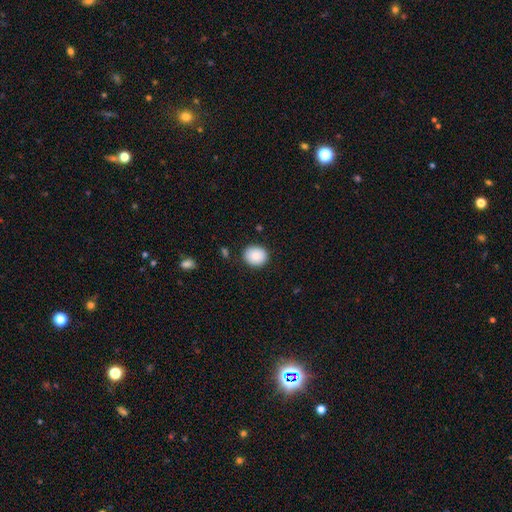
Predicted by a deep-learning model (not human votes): smooth-or-featured: smooth: 88% | star or artifact: 7% | featured or disk: 5%
  how-rounded: round: 66% | in between: 34% | cigar-shaped: 1%
  merging: none: 88% | minor disturbance: 8% | major disturbance: 2% | merger: 1%